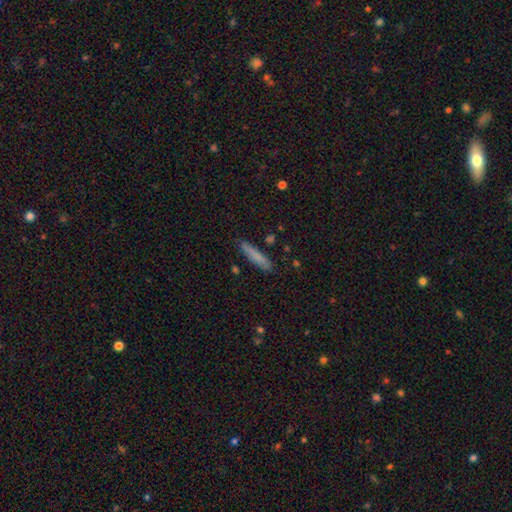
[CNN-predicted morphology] A smooth galaxy with no disk features (78%) that is cigar-shaped (91%). Merging: none (86%).